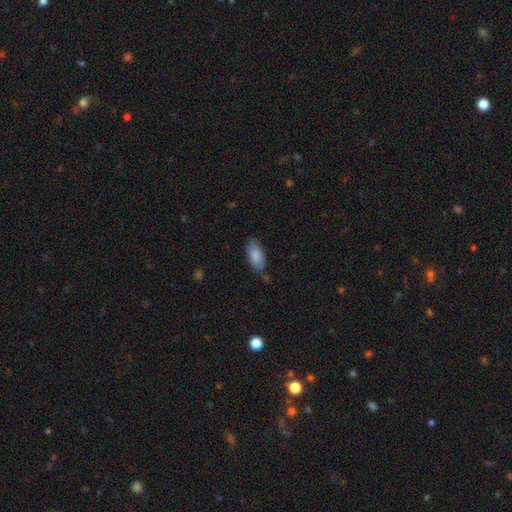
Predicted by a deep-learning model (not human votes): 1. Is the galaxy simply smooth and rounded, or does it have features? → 86% smooth, 8% featured or disk, 6% star or artifact.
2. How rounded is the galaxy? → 87% in between, 11% cigar-shaped, 2% round.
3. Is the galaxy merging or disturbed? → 74% none, 19% minor disturbance, 4% major disturbance, 3% merger.